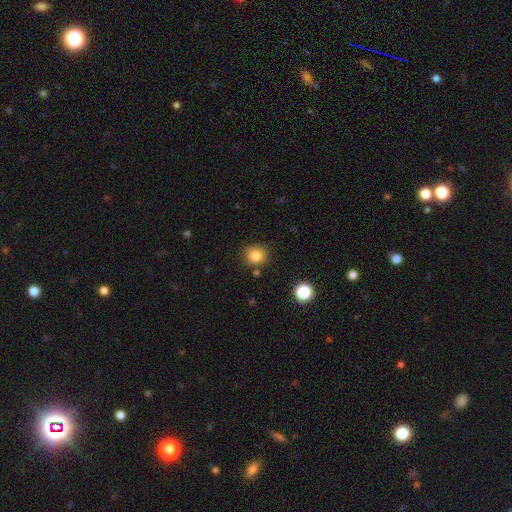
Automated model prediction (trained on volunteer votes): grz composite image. It shows a smooth galaxy with no disk features (83%) that is round (85%). Merging: none (81%).